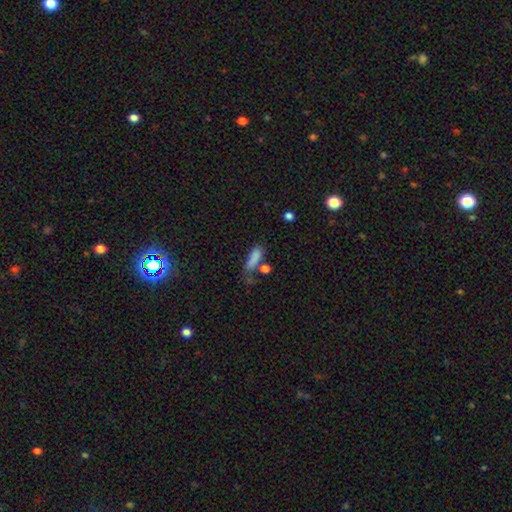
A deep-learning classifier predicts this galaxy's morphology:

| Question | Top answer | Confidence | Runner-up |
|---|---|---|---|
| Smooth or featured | smooth | 80% | star or artifact (11%) |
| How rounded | in between | 58% | cigar-shaped (36%) |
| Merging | none | 39% | merger (21%) |